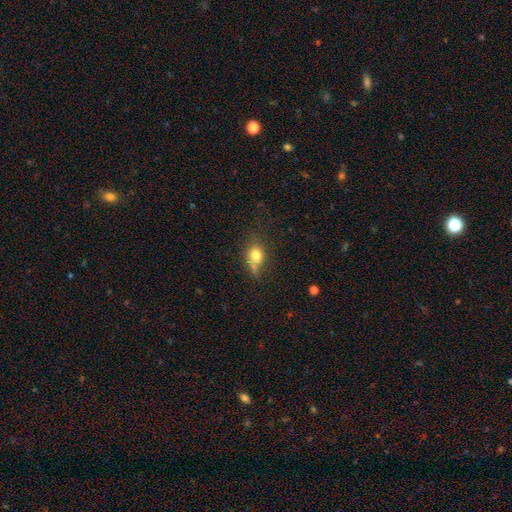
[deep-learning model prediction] A smooth galaxy with no disk features (75%) that is round (49%). Merging: none (45%).